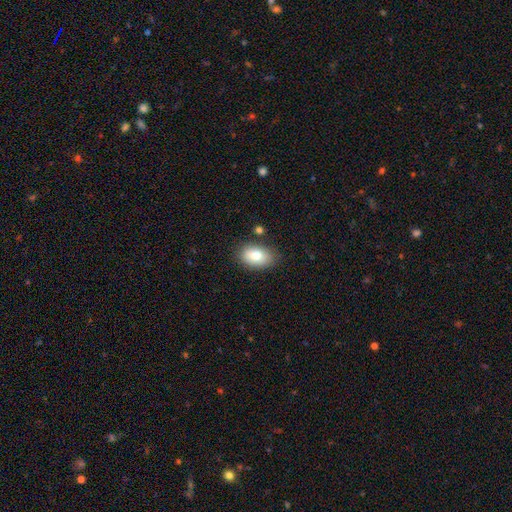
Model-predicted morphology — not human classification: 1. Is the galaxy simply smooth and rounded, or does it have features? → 80% smooth, 12% featured or disk, 8% star or artifact.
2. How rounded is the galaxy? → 88% in between, 10% round, 1% cigar-shaped.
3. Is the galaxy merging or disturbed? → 80% none, 14% minor disturbance, 3% merger, 3% major disturbance.